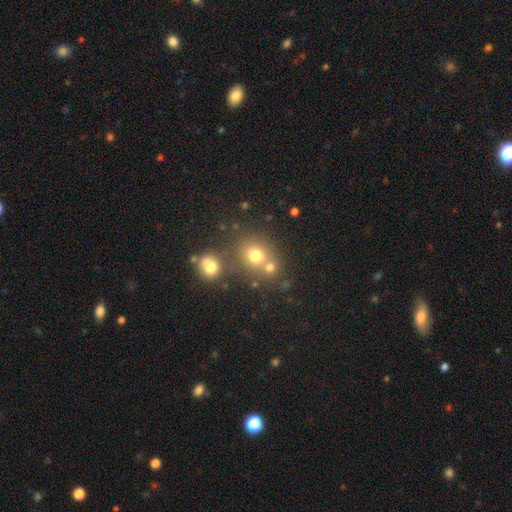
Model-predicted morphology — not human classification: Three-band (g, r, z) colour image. It shows a smooth galaxy with no disk features (72%) that is round (80%). Merging: none (57%).